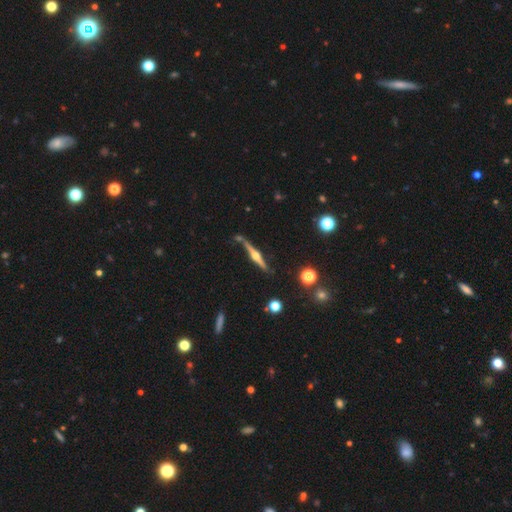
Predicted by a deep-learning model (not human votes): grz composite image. It shows a featured or disk galaxy (83%) viewed edge-on (98%) with a rounded central bulge (95%). Merging: none (81%).